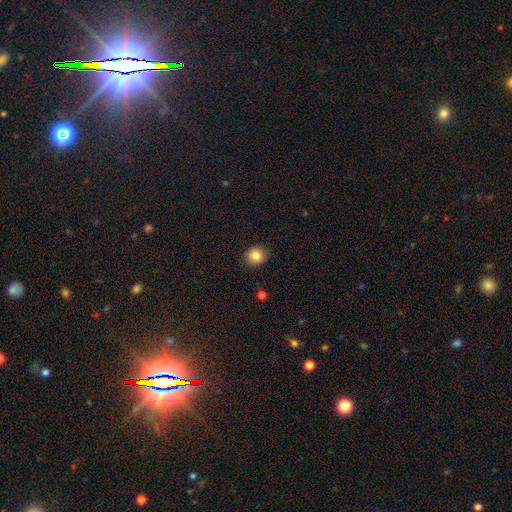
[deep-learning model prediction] Q: Smooth or featured?
A: smooth (85%); runner-up: star or artifact (10%)
Q: How rounded?
A: round (85%); runner-up: in between (14%)
Q: Merging?
A: none (89%); runner-up: minor disturbance (8%)